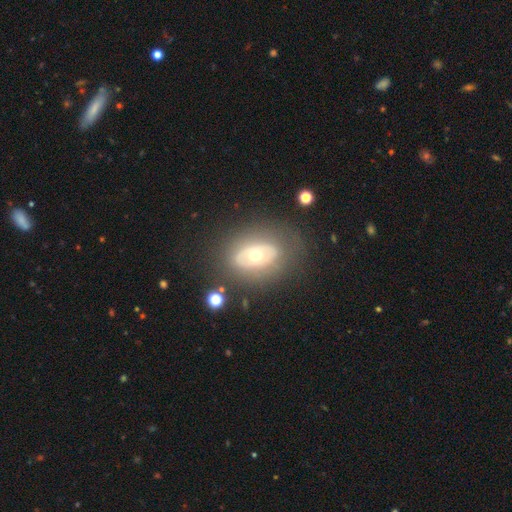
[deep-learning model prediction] featured or disk 57%, smooth 36%, star or artifact 7%. Down the decision tree: edge-on disk — no (92%); bar — no (84%); spiral arms — no (83%); bulge size — moderate (73%); merging — none (73%).